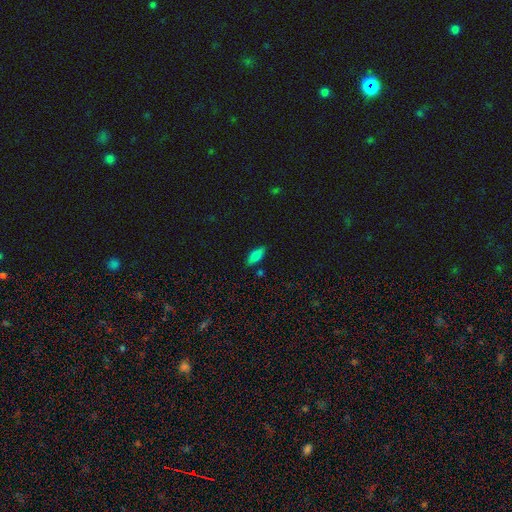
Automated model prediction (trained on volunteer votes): Smooth or featured?
  - smooth: 77% *
  - featured or disk: 15%
  - star or artifact: 9%
How rounded?
  - in between: 77% *
  - cigar-shaped: 20%
  - round: 3%
Merging?
  - none: 83% *
  - minor disturbance: 12%
  - merger: 3%
  - major disturbance: 2%